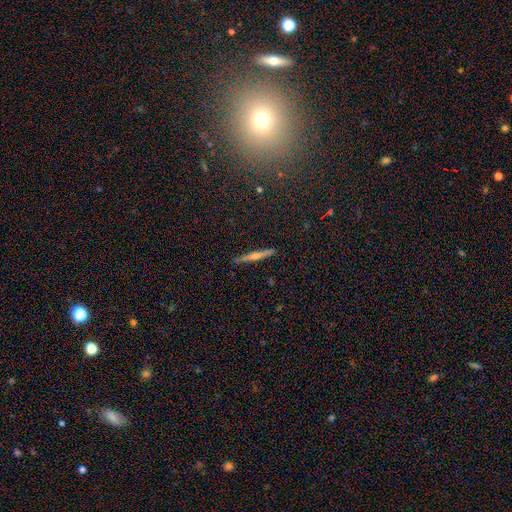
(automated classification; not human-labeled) Q: Smooth or featured?
A: featured or disk (57%); runner-up: smooth (28%)
Q: Edge-on disk?
A: yes (95%); runner-up: no (5%)
Q: Edge-on bulge?
A: rounded (64%); runner-up: none (27%)
Q: Merging?
A: none (90%); runner-up: minor disturbance (6%)